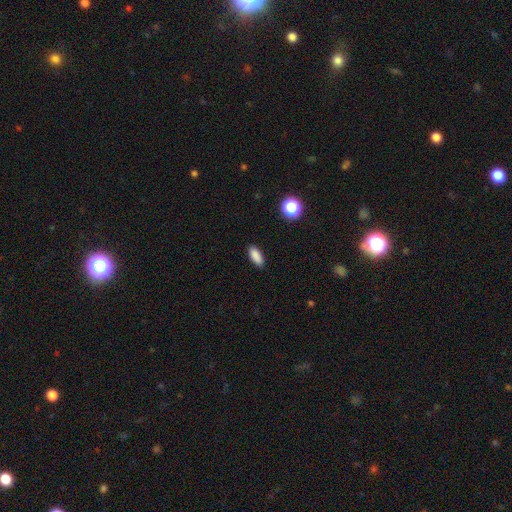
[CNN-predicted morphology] smooth 87%, star or artifact 9%, featured or disk 4%. Down the decision tree: how rounded — in between (79%); merging — none (88%).